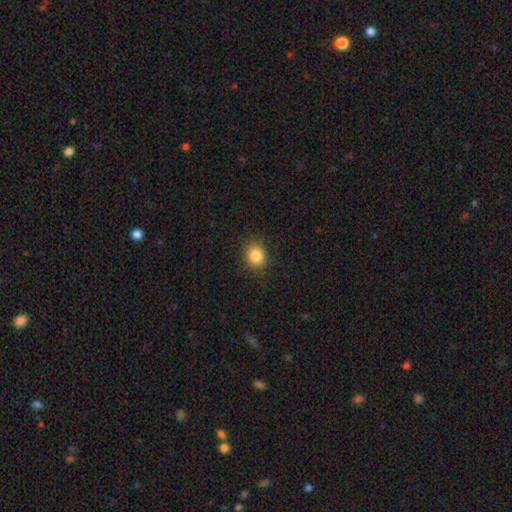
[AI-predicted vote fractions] A smooth galaxy with no disk features (84%) that is round (70%).

Vote fractions:
- Smooth or featured? smooth: 84% / star or artifact: 11% / featured or disk: 5%
- How rounded? round: 70% / in between: 29% / cigar-shaped: 1%
- Merging? none: 88% / minor disturbance: 8% / major disturbance: 3% / merger: 1%